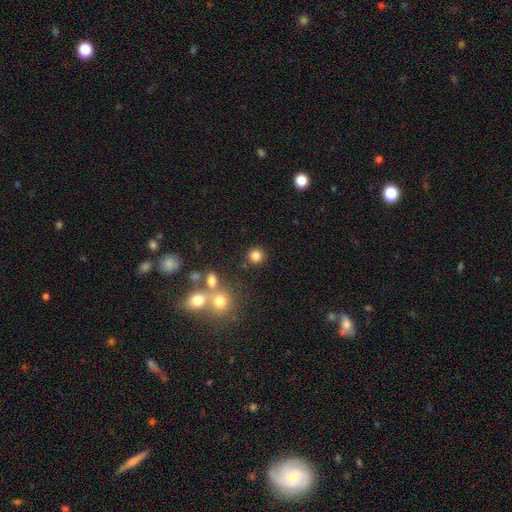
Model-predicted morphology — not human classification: Q: Smooth or featured?
A: smooth (81%); runner-up: star or artifact (13%)
Q: How rounded?
A: round (91%); runner-up: in between (8%)
Q: Merging?
A: none (83%); runner-up: minor disturbance (7%)